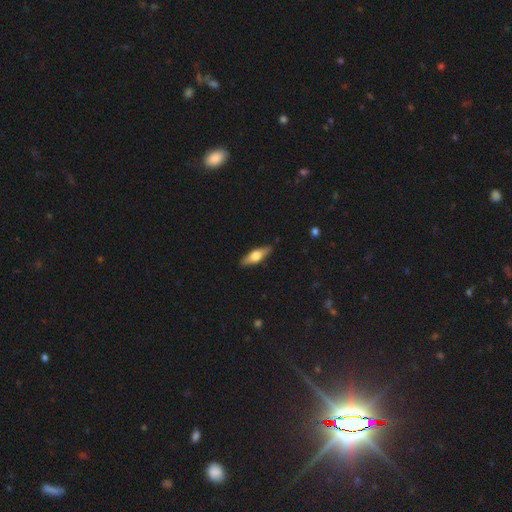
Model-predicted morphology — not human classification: Smooth or featured: smooth — 50% (featured or disk — 45%)
Merging: none — 88% (minor disturbance — 9%)